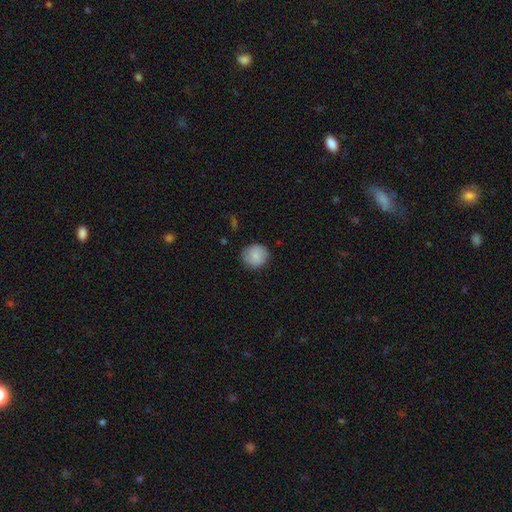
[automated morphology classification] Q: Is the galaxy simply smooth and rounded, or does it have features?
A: smooth — 79%.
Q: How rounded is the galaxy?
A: round — 88%.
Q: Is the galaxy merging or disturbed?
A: none — 84%.